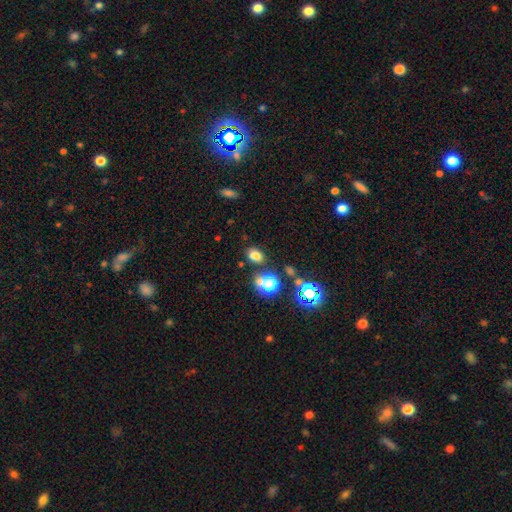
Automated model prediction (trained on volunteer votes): This appears to be a smooth galaxy with no disk features (71%) that is in between round and cigar-shaped (69%). Merging: none (74%).